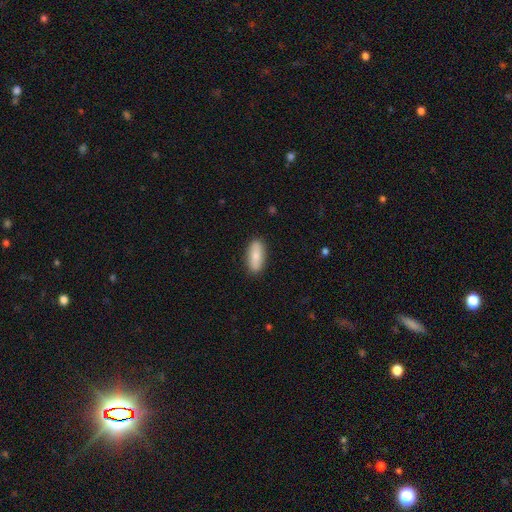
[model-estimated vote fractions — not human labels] Q: Smooth or featured?
A: smooth (78%); runner-up: featured or disk (17%)
Q: How rounded?
A: in between (72%); runner-up: cigar-shaped (26%)
Q: Merging?
A: none (87%); runner-up: minor disturbance (10%)